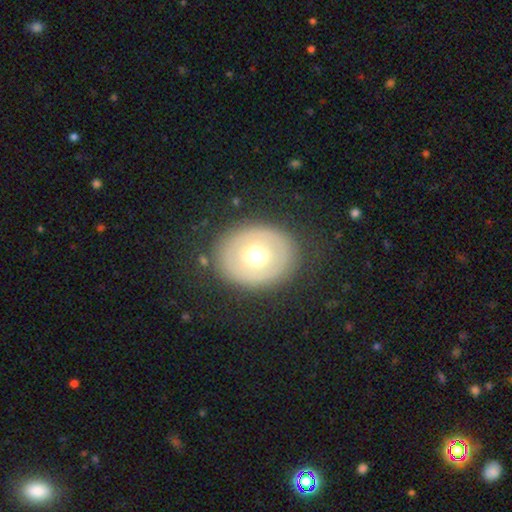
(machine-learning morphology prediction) smooth-or-featured: smooth: 51% | featured or disk: 42% | star or artifact: 7%
  how-rounded: round: 54% | in between: 45% | cigar-shaped: 1%
  merging: none: 83% | minor disturbance: 11% | major disturbance: 5% | merger: 1%